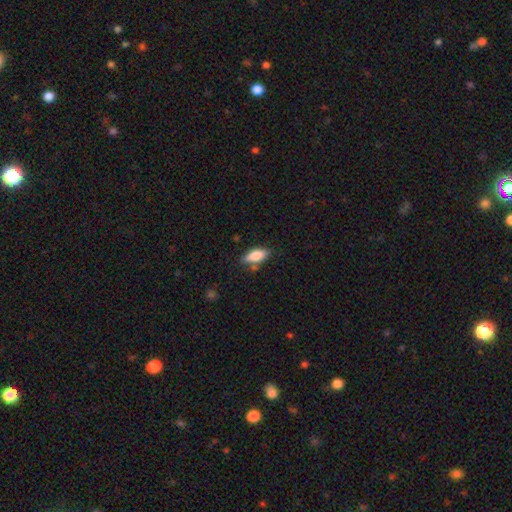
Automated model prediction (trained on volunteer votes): Smooth or featured: smooth — 82% (featured or disk — 11%)
How rounded: in between — 78% (cigar-shaped — 19%)
Merging: none — 75% (minor disturbance — 16%)